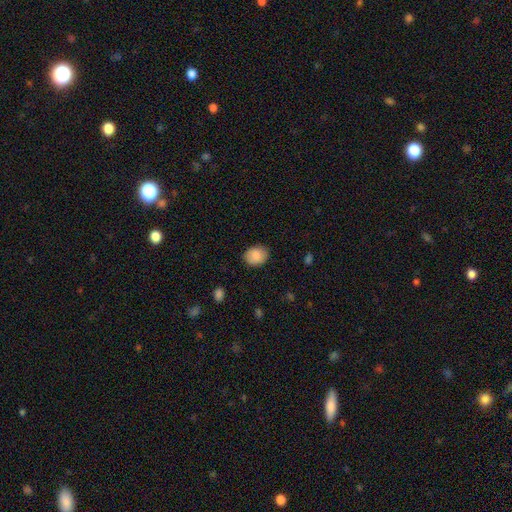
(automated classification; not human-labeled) smooth 87%, star or artifact 7%, featured or disk 5%. Down the decision tree: how rounded — round (54%); merging — none (85%).